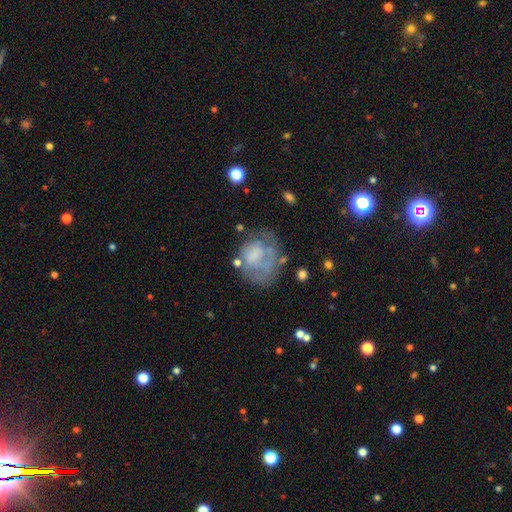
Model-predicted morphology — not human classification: smooth-or-featured: featured or disk: 51% | smooth: 39% | star or artifact: 10%
  disk-edge-on: no: 98% | yes: 2%
  merging: none: 43% | major disturbance: 28% | minor disturbance: 24% | merger: 6%